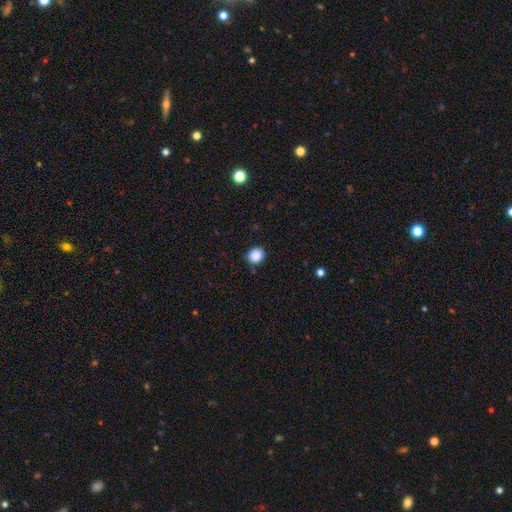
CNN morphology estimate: A smooth galaxy with no disk features (87%) that is round (77%). Merging: none (85%).